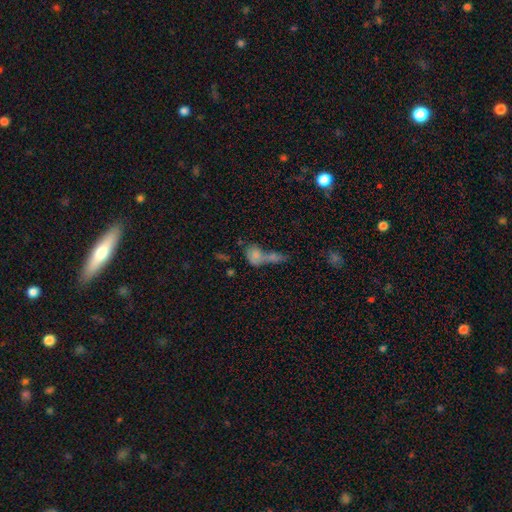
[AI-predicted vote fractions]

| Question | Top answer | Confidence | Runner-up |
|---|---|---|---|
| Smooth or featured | smooth | 70% | featured or disk (18%) |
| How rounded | in between | 61% | round (32%) |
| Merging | merger | 64% | none (21%) |